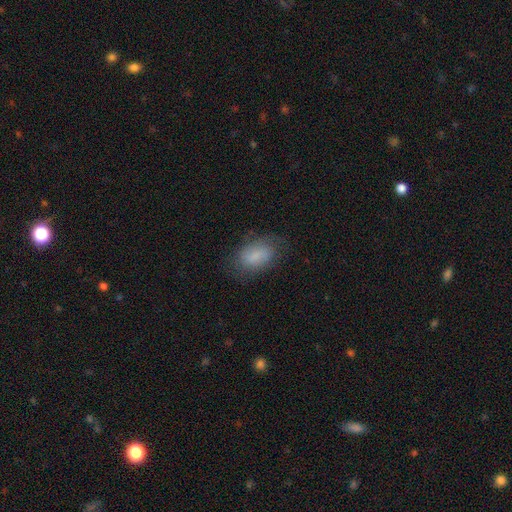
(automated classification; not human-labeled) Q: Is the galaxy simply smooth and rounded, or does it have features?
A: smooth — 72%.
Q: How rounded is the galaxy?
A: in between — 89%.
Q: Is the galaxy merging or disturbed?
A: none — 69%.